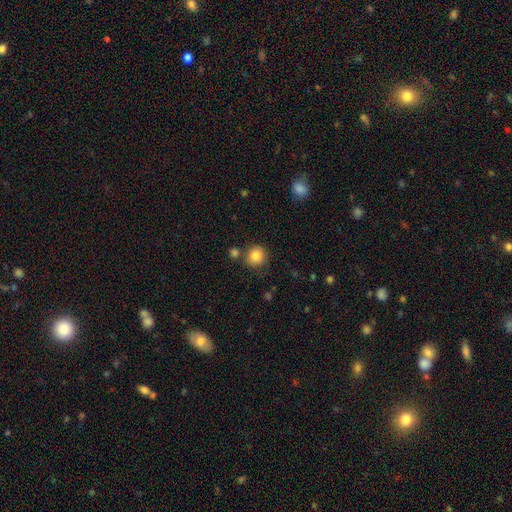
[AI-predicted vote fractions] Smooth or featured?
  - smooth: 84% *
  - star or artifact: 10%
  - featured or disk: 6%
How rounded?
  - round: 90% *
  - in between: 9%
  - cigar-shaped: 1%
Merging?
  - none: 78% *
  - minor disturbance: 10%
  - merger: 9%
  - major disturbance: 3%